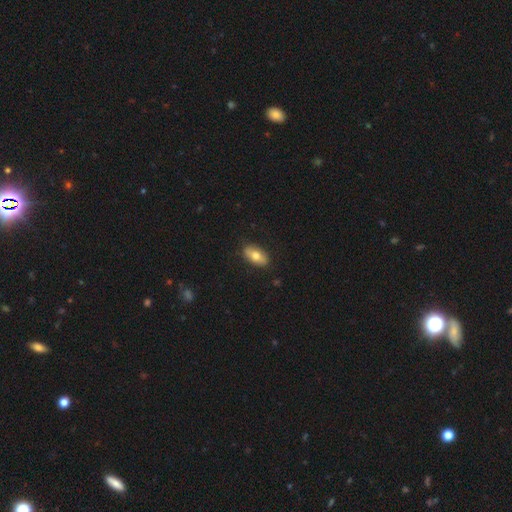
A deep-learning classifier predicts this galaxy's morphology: This appears to be a smooth galaxy with no disk features (69%) that is in between round and cigar-shaped (87%). Merging: none (85%).